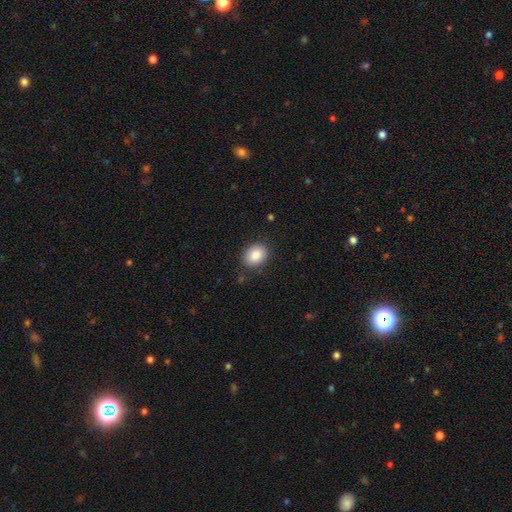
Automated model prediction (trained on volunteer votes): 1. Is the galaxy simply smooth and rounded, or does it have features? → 88% smooth, 8% star or artifact, 5% featured or disk.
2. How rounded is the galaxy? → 60% in between, 39% round, 1% cigar-shaped.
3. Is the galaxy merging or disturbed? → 85% none, 11% minor disturbance, 3% major disturbance, 1% merger.